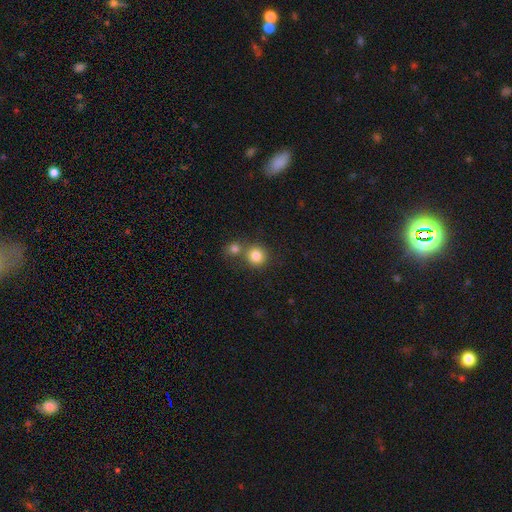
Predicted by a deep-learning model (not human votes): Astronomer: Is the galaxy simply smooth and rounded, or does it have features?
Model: smooth — 82%.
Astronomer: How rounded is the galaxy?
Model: round — 89%.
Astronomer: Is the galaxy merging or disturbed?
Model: none — 58%.